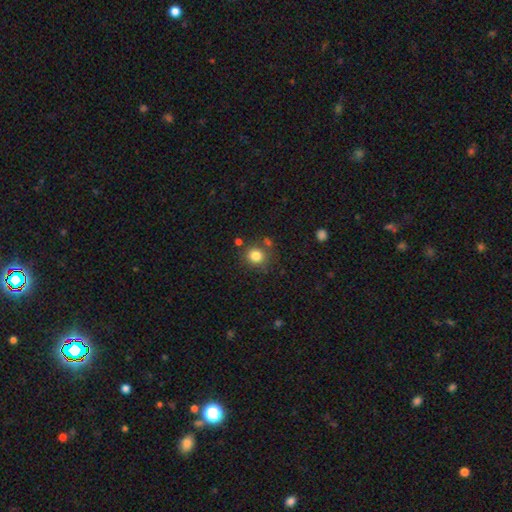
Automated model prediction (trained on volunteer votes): Overall: smooth (82%). How rounded: round (85%). Merging: none (77%).